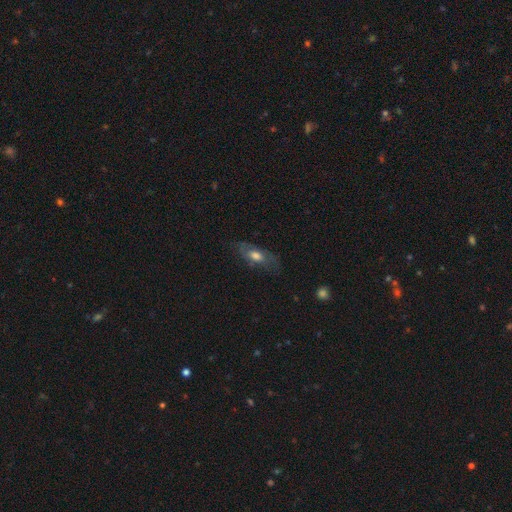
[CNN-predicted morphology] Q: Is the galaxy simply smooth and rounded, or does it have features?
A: smooth — 50%.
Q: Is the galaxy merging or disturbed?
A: none — 67%.